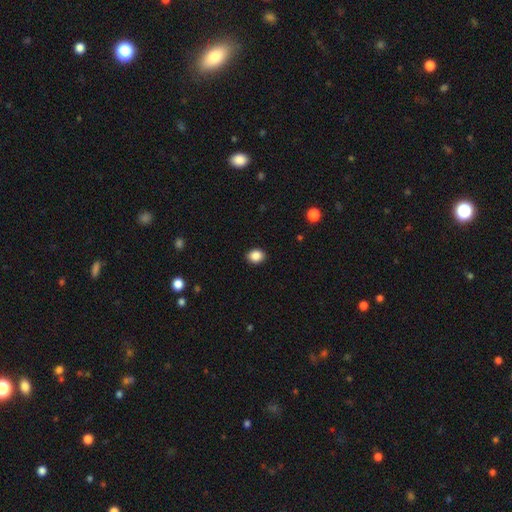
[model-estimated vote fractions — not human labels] This is clearly a smooth galaxy (88%). How rounded: possibly round (57%). Merging: clearly none (90%).